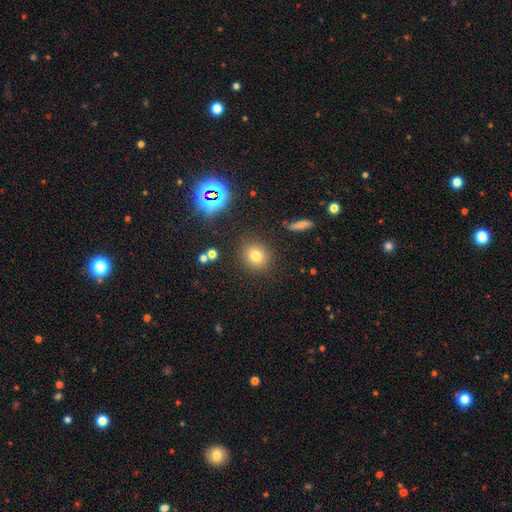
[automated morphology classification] Smooth or featured? smooth (75%)
How rounded? round (80%)
Merging? none (86%)